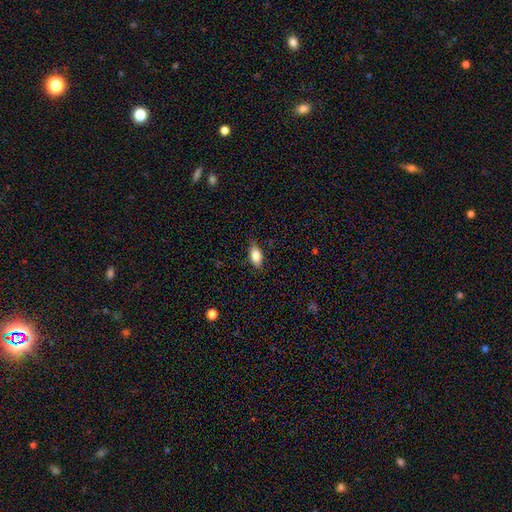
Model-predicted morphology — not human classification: smooth_or_featured: smooth (p=0.85) [alt: featured or disk p=0.08]
how_rounded: in between (p=0.89) [alt: round p=0.06]
merging: none (p=0.80) [alt: minor disturbance p=0.16]